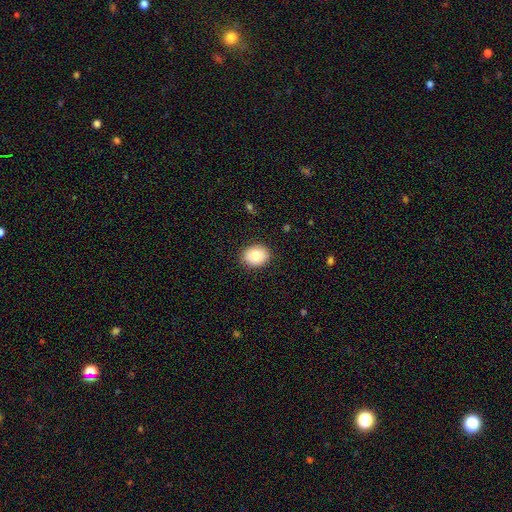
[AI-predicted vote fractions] A smooth galaxy with no disk features (82%) that is in between round and cigar-shaped (51%).

Vote fractions:
- Smooth or featured? smooth: 82% / featured or disk: 10% / star or artifact: 8%
- How rounded? in between: 51% / round: 48% / cigar-shaped: 1%
- Merging? none: 89% / minor disturbance: 8% / major disturbance: 2% / merger: 1%